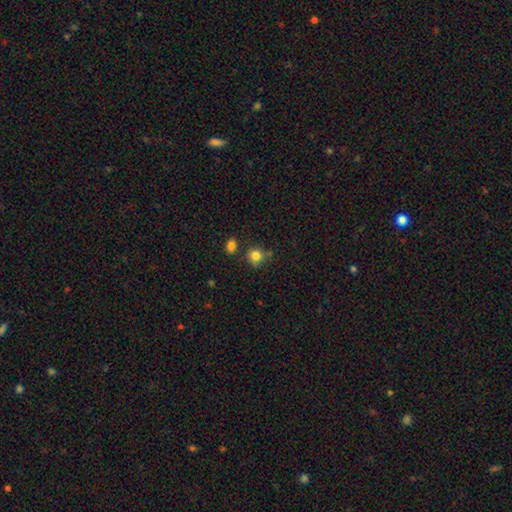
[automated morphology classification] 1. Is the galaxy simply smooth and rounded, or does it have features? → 82% smooth, 11% star or artifact, 6% featured or disk.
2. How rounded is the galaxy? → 85% round, 14% in between, 1% cigar-shaped.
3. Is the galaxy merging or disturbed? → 70% none, 15% minor disturbance, 11% merger, 4% major disturbance.